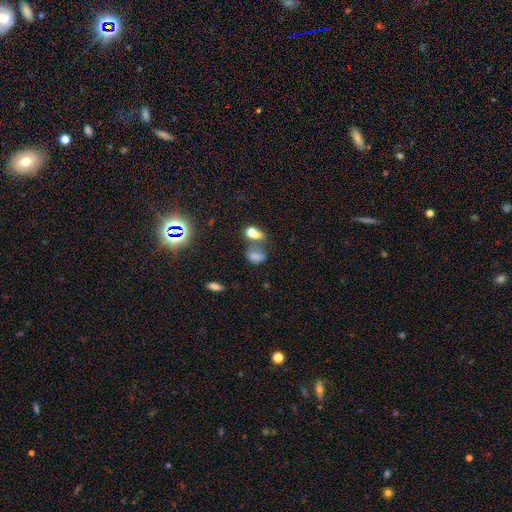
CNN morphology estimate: smooth_or_featured: smooth (p=0.65) [alt: star or artifact p=0.20]
how_rounded: in between (p=0.73) [alt: round p=0.23]
merging: merger (p=0.40) [alt: none p=0.30]